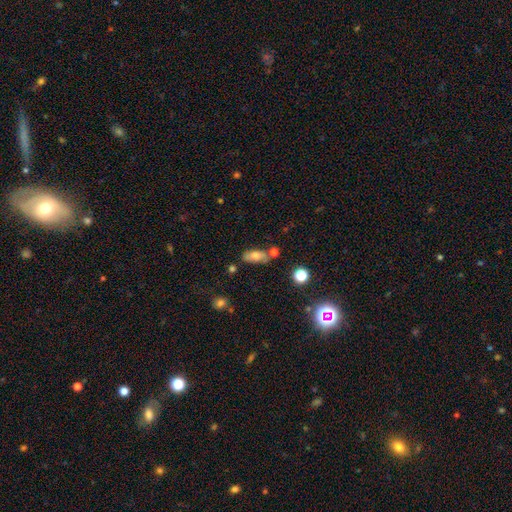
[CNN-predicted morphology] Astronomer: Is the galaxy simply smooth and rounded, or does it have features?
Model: smooth — 72%.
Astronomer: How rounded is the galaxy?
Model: in between — 82%.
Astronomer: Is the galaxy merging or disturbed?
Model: none — 64%.